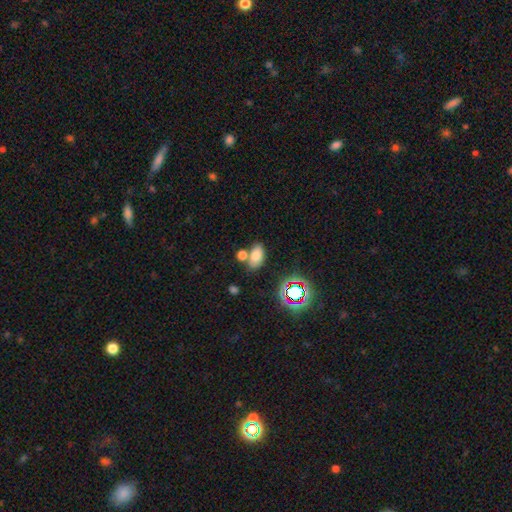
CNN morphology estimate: Overall: smooth (74%). How rounded: in between (88%). Merging: none (61%; merger 22%).